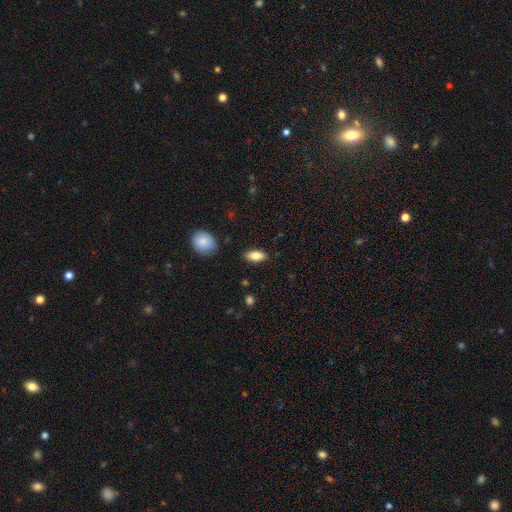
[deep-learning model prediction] This is clearly a smooth galaxy (81%). How rounded: clearly in between (89%). Merging: clearly none (87%).